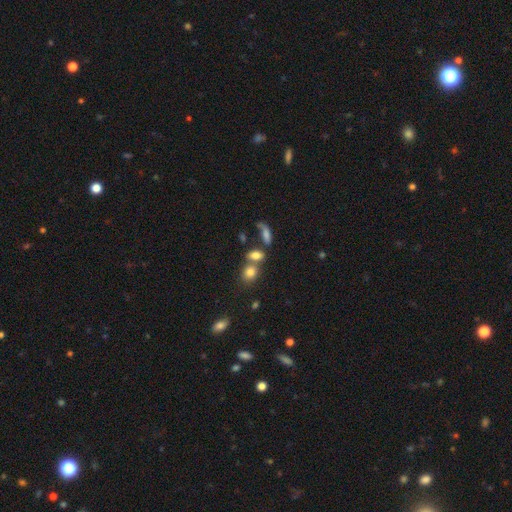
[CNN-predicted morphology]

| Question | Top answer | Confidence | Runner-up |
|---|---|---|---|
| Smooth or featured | smooth | 77% | star or artifact (12%) |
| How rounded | in between | 64% | round (31%) |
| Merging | none | 44% | merger (39%) |